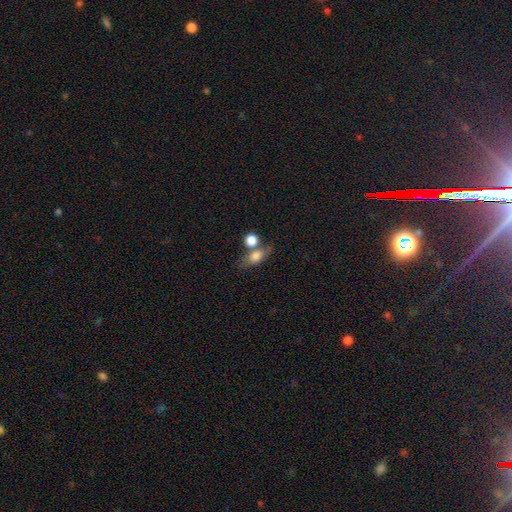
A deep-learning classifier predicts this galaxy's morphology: Q: Smooth or featured?
A: smooth (73%); runner-up: featured or disk (17%)
Q: How rounded?
A: in between (60%); runner-up: round (30%)
Q: Merging?
A: none (42%); runner-up: merger (35%)